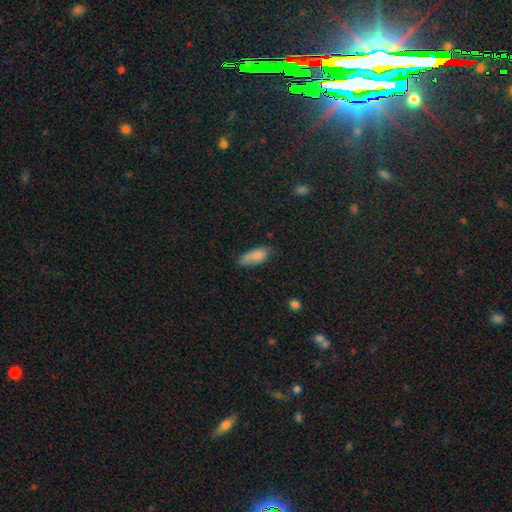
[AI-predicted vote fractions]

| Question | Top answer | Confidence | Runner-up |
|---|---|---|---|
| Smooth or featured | smooth | 84% | featured or disk (9%) |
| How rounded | in between | 84% | cigar-shaped (14%) |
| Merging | none | 60% | minor disturbance (31%) |